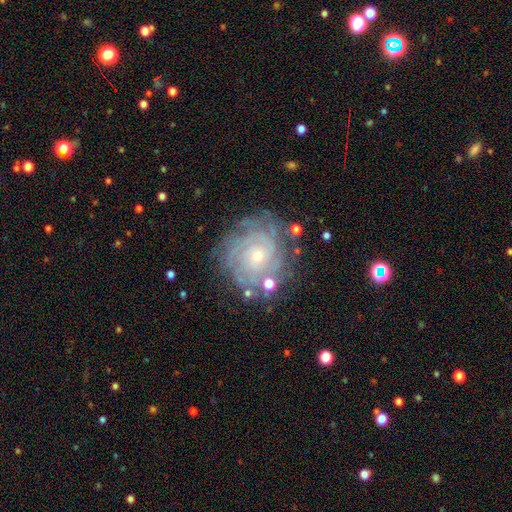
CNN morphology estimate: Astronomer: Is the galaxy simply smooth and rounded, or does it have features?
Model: featured or disk — 81%.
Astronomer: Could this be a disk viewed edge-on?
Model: no — 97%.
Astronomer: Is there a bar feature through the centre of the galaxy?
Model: no — 79%.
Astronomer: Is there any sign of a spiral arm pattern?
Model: yes — 95%.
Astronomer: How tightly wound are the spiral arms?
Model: tight — 79%.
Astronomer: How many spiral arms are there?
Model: can't tell — 38% (runner-up: 4, 20%).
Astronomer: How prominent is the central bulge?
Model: small — 70%.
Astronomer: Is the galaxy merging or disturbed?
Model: none — 78%.